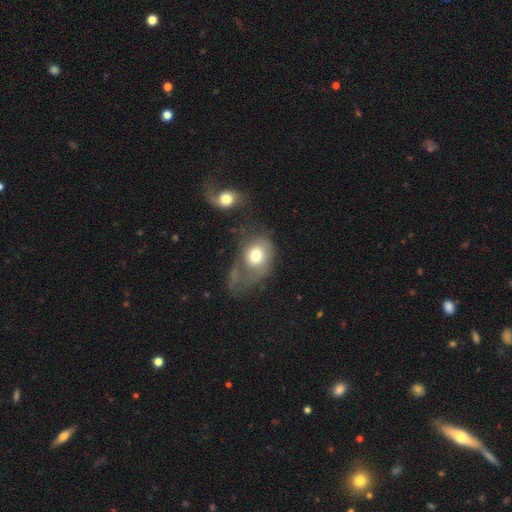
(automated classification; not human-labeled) smooth-or-featured: smooth: 63% | featured or disk: 29% | star or artifact: 8%
  how-rounded: in between: 57% | round: 42% | cigar-shaped: 1%
  merging: major disturbance: 43% | none: 21% | minor disturbance: 18% | merger: 18%